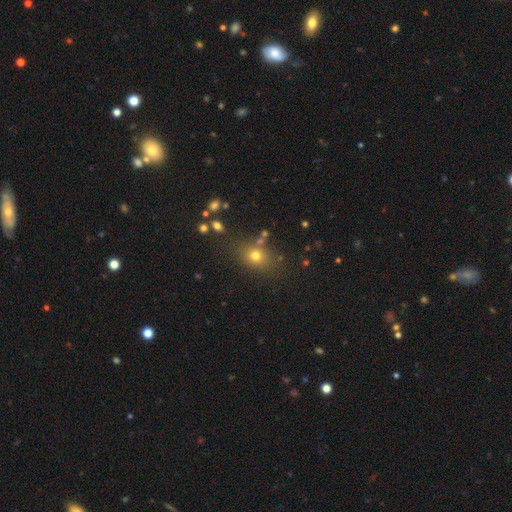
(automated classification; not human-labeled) This appears to be a smooth galaxy with no disk features (70%) that is round (52%). Merging: none (76%).